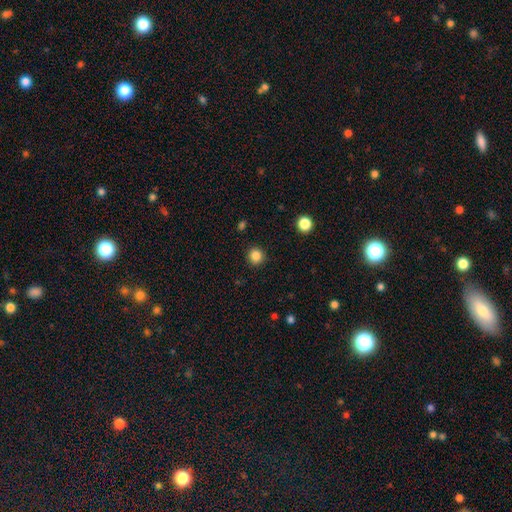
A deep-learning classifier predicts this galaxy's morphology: Q: Smooth or featured?
A: smooth (84%); runner-up: star or artifact (12%)
Q: How rounded?
A: round (92%); runner-up: in between (7%)
Q: Merging?
A: none (91%); runner-up: minor disturbance (6%)